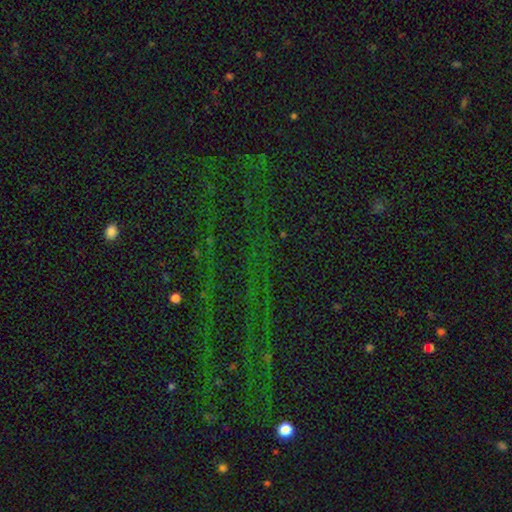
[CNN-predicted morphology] Smooth or featured: star or artifact — 83% (smooth — 9%)